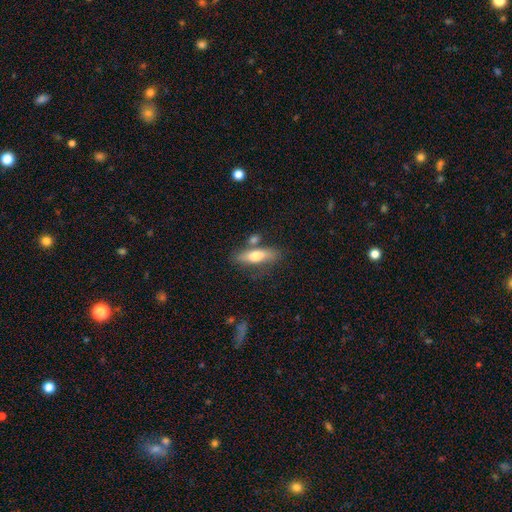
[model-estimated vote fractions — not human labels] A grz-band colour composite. It shows a smooth galaxy with no disk features (64%) that is cigar-shaped (53%). Merging: none (63%).